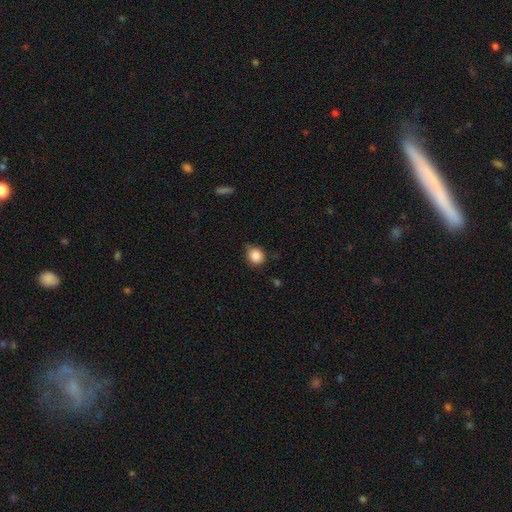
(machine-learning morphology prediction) Smooth or featured? smooth (86%)
How rounded? round (71%)
Merging? none (68%)